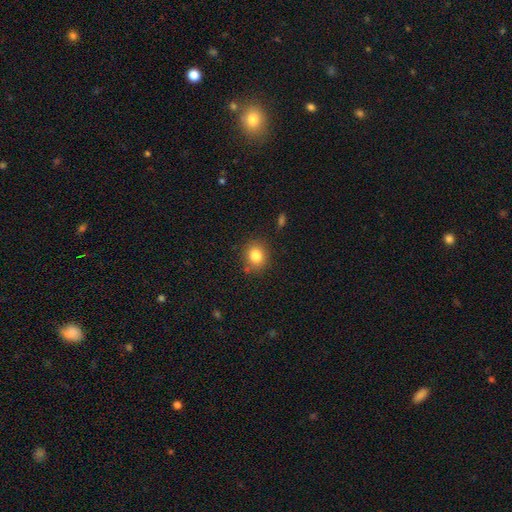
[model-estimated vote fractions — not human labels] The model was most divided on "how rounded": round: 73%, in between: 26%, cigar-shaped: 1%. More confident: smooth or featured — smooth (83%); merging — none (82%).